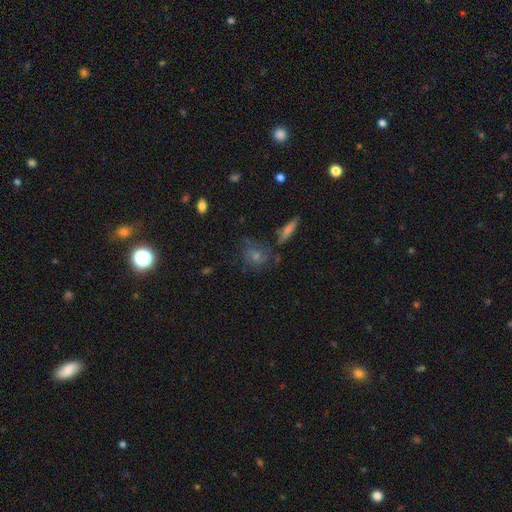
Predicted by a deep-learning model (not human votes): smooth 37%, featured or disk 34%, star or artifact 29%. Down the decision tree: merging — none (67%).